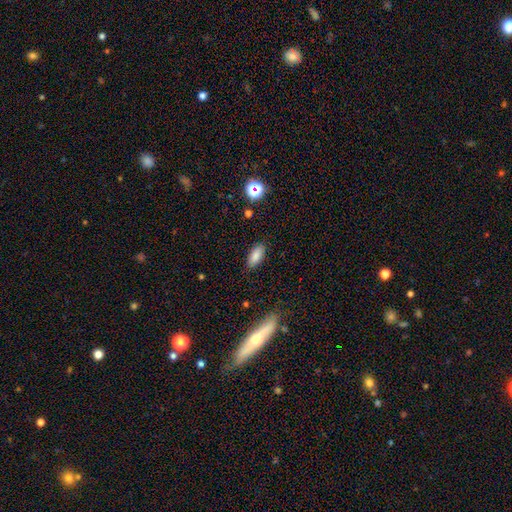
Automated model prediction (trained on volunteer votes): Smooth or featured? Predicted: smooth (p=0.84). How rounded? Predicted: in between (p=0.86). Merging? Predicted: none (p=0.85).